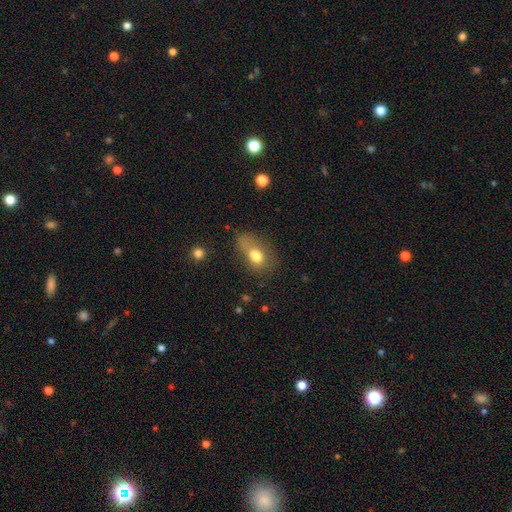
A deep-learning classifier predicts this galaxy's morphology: The model was most divided on "merging": none: 38%, minor disturbance: 28%, major disturbance: 24%, merger: 11%. More confident: how rounded — in between (79%); smooth or featured — smooth (74%).